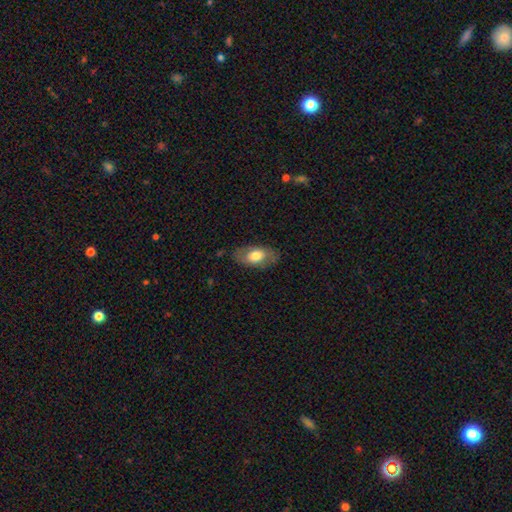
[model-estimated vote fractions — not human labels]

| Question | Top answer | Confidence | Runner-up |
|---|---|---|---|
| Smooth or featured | smooth | 64% | featured or disk (30%) |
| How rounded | in between | 91% | round (6%) |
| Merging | none | 77% | minor disturbance (17%) |